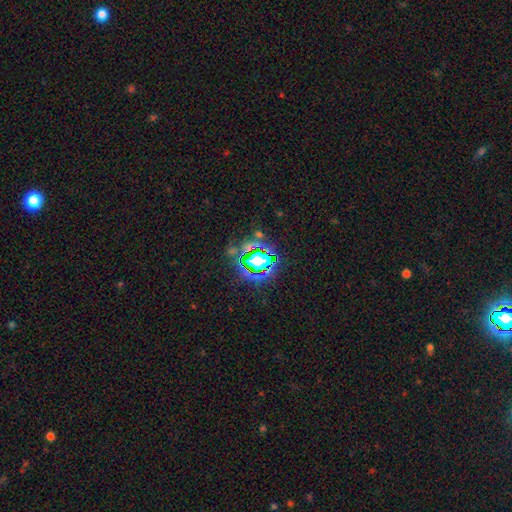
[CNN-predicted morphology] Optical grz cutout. It shows a star or artifact, not a galaxy (65%).